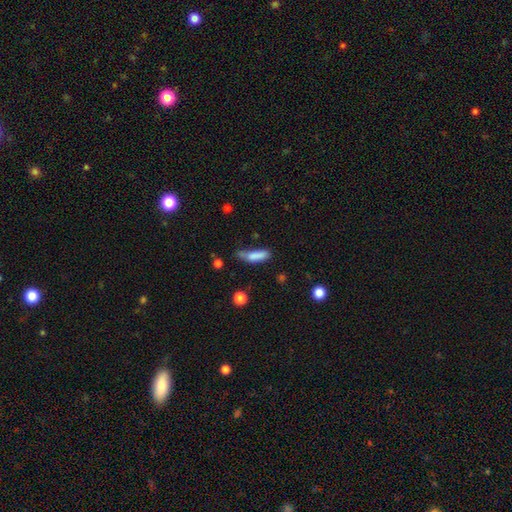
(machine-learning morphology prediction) smooth 79%, featured or disk 13%, star or artifact 8%. Down the decision tree: how rounded — cigar-shaped (57%); merging — none (41%).